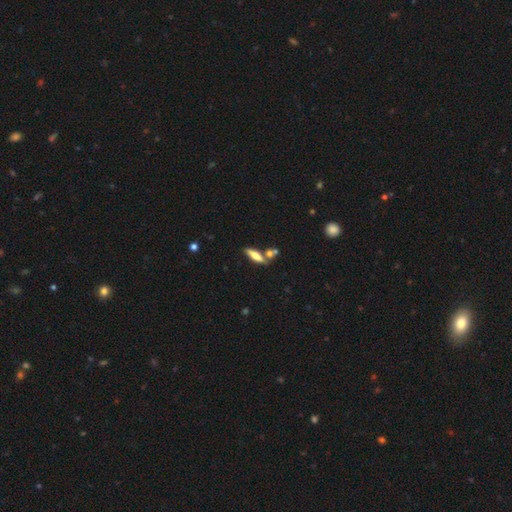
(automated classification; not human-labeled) Smooth or featured? smooth (57%)
How rounded? cigar-shaped (60%)
Merging? none (63%)